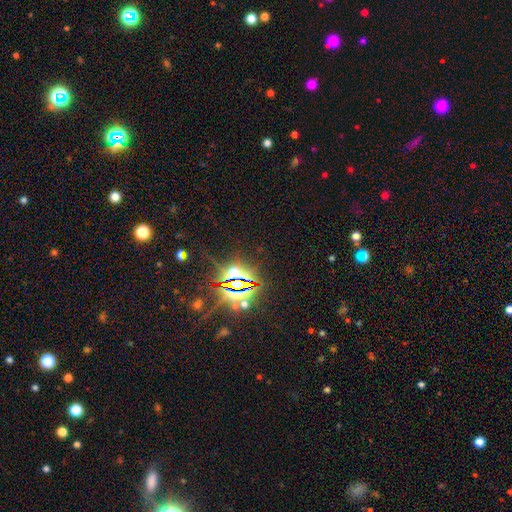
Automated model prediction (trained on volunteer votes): A star or artifact, not a galaxy (83%).